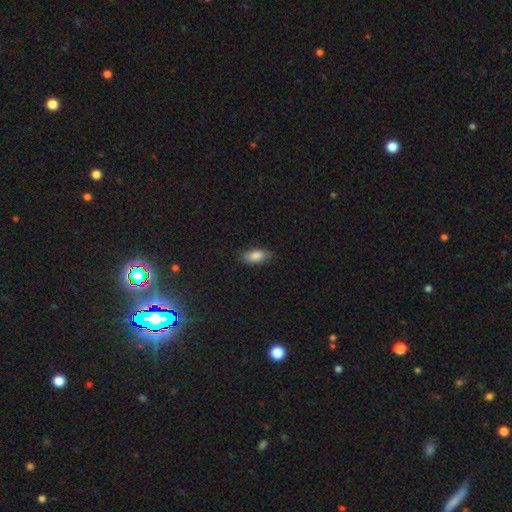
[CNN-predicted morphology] Smooth or featured: smooth — 82% (featured or disk — 10%)
How rounded: in between — 87% (cigar-shaped — 10%)
Merging: none — 79% (minor disturbance — 17%)